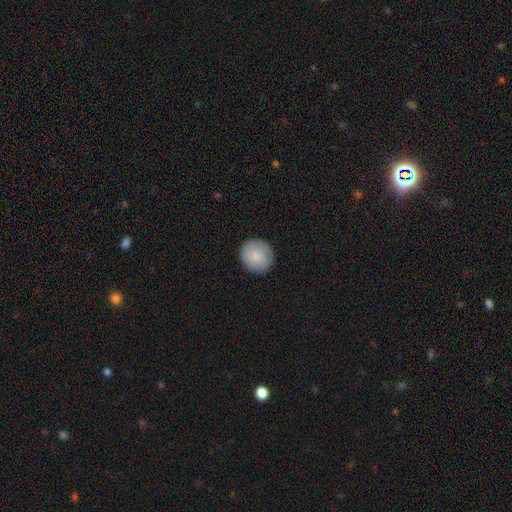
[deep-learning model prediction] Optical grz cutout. It shows a smooth galaxy with no disk features (83%) that is round (91%). Merging: none (88%).